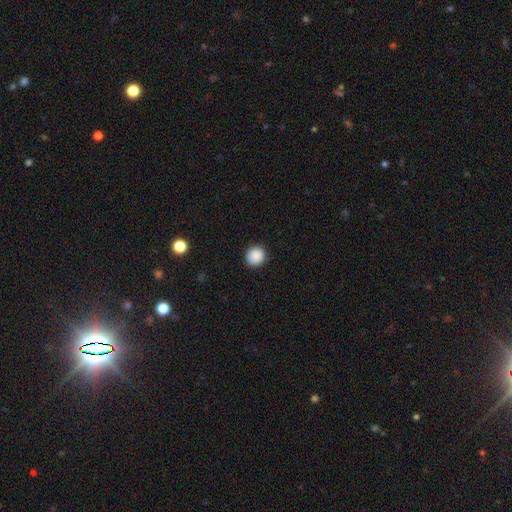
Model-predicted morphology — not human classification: This is clearly a smooth galaxy (89%). How rounded: clearly round (94%). Merging: clearly none (91%).